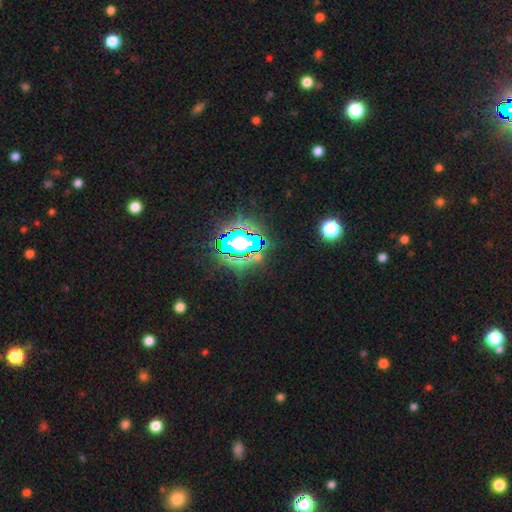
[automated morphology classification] This is likely a star or artifact rather than a galaxy (70%).